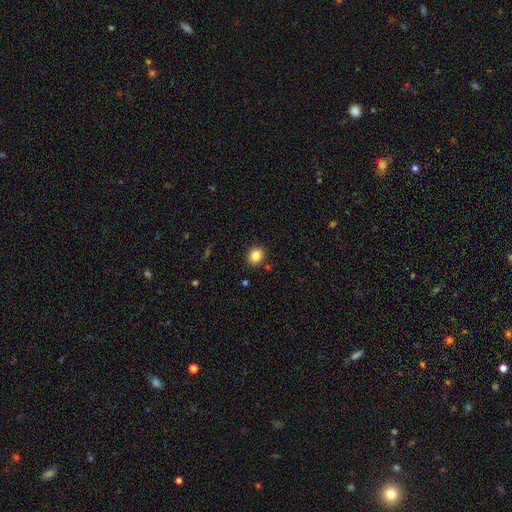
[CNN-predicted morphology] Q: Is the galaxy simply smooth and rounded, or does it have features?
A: smooth — 85%.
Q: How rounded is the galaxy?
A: round — 76%.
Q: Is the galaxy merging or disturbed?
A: none — 89%.